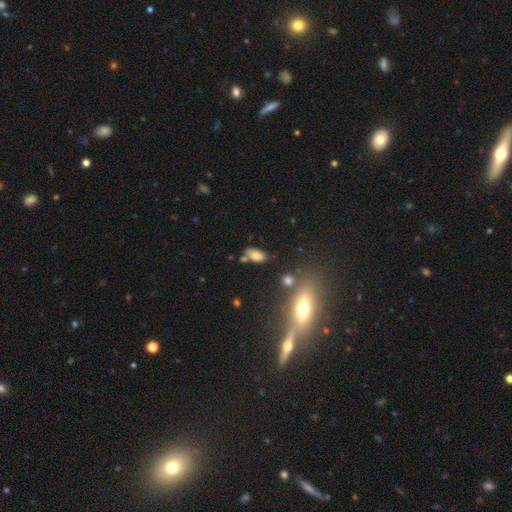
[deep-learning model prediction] A smooth galaxy with no disk features (77%) that is in between round and cigar-shaped (89%). Merging: none (59%).